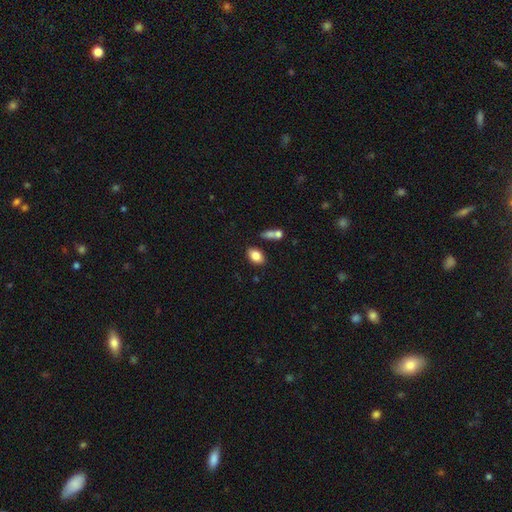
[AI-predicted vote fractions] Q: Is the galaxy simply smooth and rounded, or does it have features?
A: smooth — 85%.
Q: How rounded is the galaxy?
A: in between — 84%.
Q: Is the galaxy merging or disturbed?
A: none — 77%.